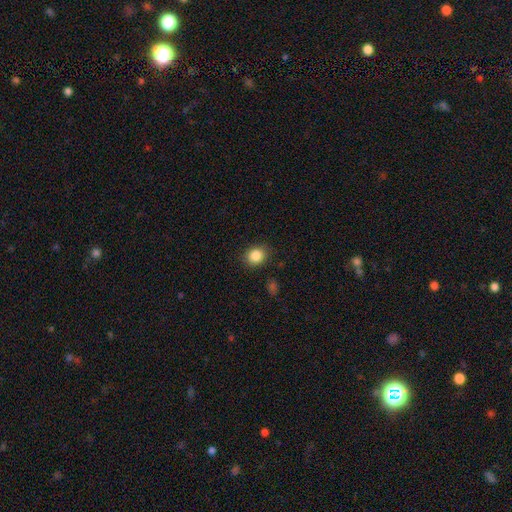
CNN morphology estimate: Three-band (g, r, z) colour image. It shows a smooth galaxy with no disk features (86%) that is round (67%). Merging: none (87%).